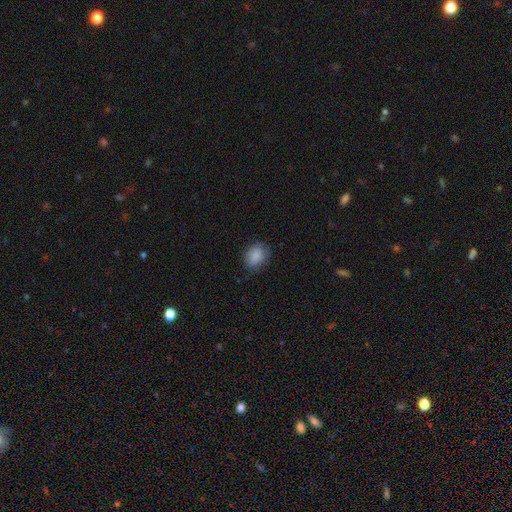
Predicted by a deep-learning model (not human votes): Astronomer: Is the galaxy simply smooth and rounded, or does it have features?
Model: smooth — 87%.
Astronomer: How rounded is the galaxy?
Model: in between — 56% (runner-up: round, 42%).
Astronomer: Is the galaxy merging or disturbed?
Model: none — 78%.